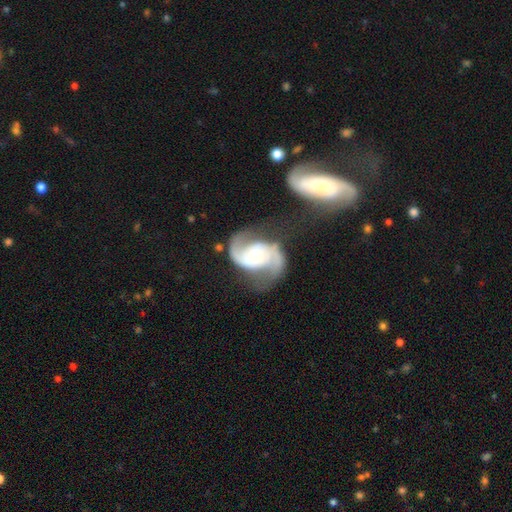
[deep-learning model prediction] Smooth or featured? featured or disk (92%)
Edge-on disk? no (98%)
Bar? no (62%)
Spiral arms? yes (98%)
Spiral winding? medium (57%)
Spiral arm count? 2 (93%)
Bulge size? moderate (57%)
Merging? none (60%)